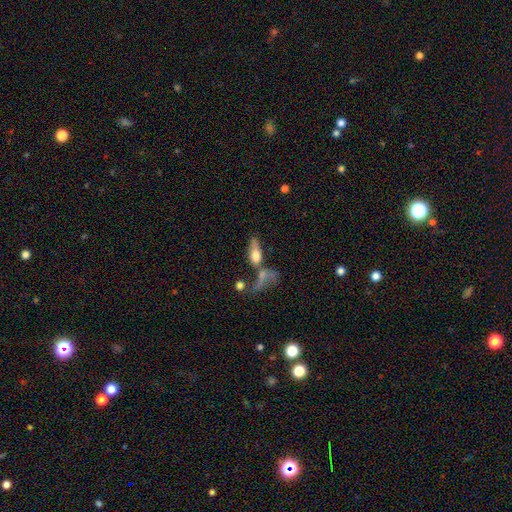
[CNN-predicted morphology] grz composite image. It shows a smooth galaxy with no disk features (57%) that is in between round and cigar-shaped (68%). Merging: merger (48%).